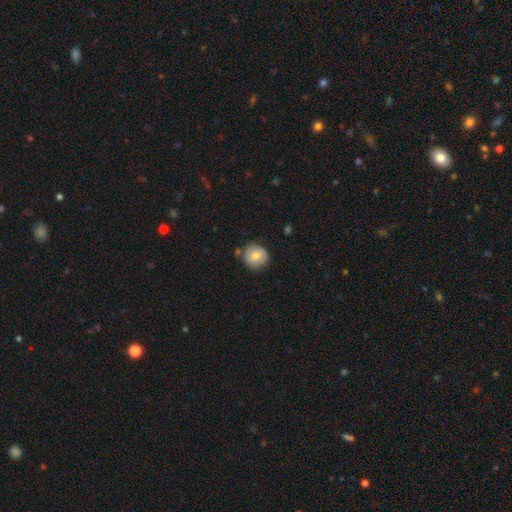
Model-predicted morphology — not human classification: Overall: smooth (75%). How rounded: round (90%). Merging: none (81%).